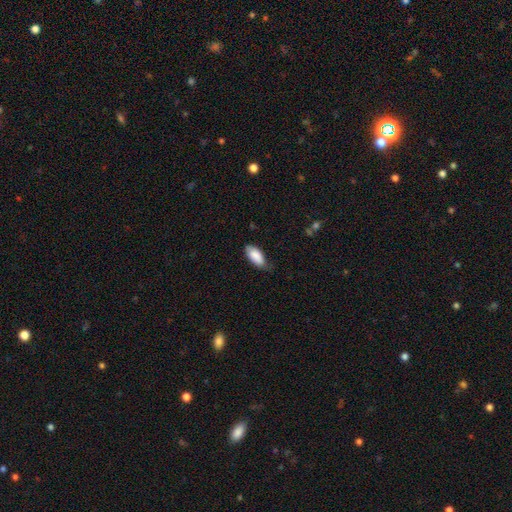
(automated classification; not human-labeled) The model was most divided on "merging": none: 58%, minor disturbance: 34%, major disturbance: 7%, merger: 2%. More confident: how rounded — in between (90%); smooth or featured — smooth (85%).